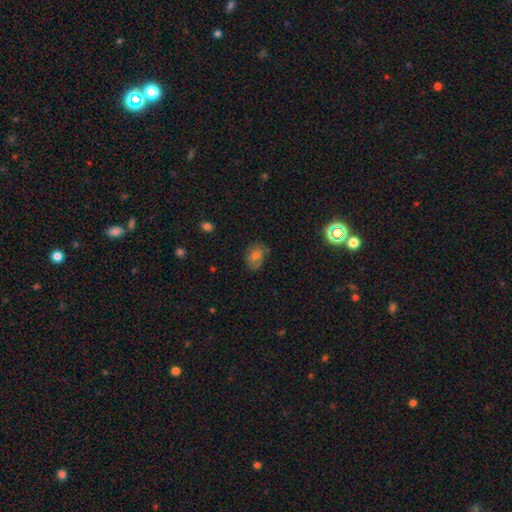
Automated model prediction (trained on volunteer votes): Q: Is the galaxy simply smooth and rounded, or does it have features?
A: smooth — 66%.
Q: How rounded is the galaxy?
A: in between — 68%.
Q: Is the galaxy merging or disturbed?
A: none — 67%.